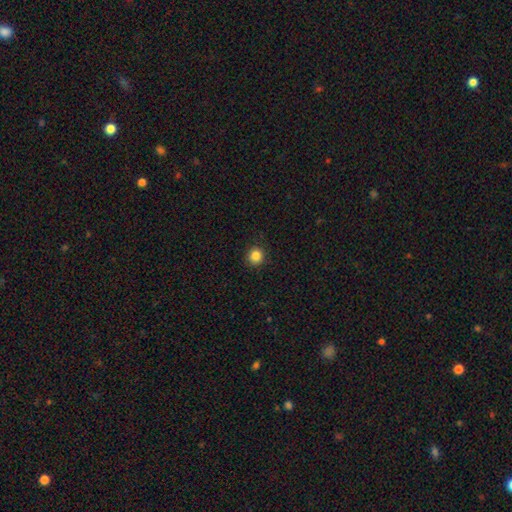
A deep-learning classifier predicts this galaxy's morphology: Smooth or featured?
  - smooth: 85% *
  - star or artifact: 11%
  - featured or disk: 4%
How rounded?
  - round: 93% *
  - in between: 7%
  - cigar-shaped: 1%
Merging?
  - none: 91% *
  - minor disturbance: 6%
  - major disturbance: 2%
  - merger: 1%